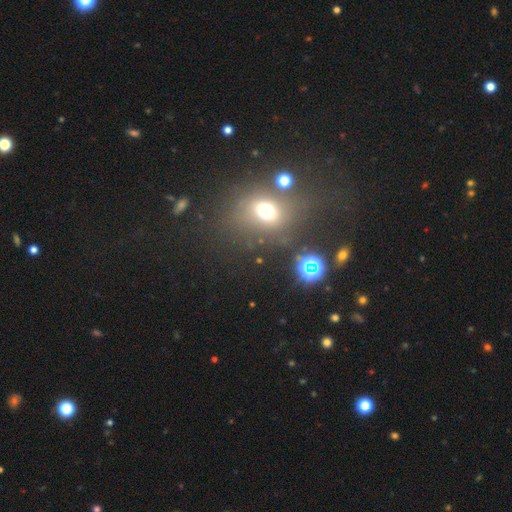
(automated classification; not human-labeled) Smooth or featured? Predicted: smooth (p=0.48). Merging? Predicted: none (p=0.72).